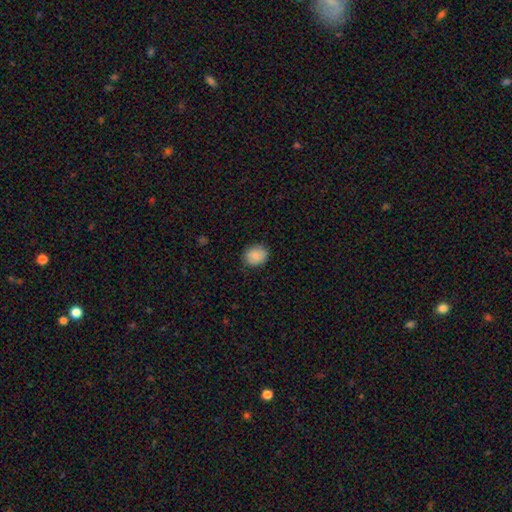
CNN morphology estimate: The model was most divided on "how rounded": round: 64%, in between: 35%, cigar-shaped: 1%. More confident: smooth or featured — smooth (85%); merging — none (83%).